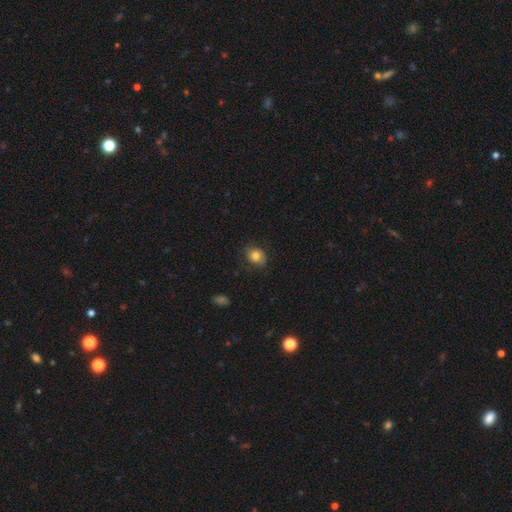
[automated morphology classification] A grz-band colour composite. It shows a smooth galaxy with no disk features (76%) that is in between round and cigar-shaped (53%). Merging: none (74%).